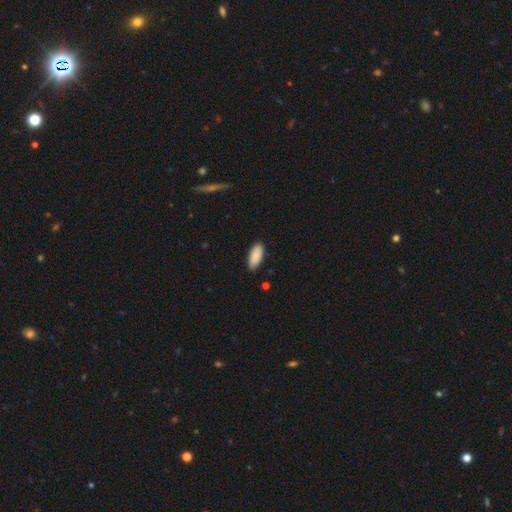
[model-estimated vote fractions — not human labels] A smooth galaxy with no disk features (89%) that is in between round and cigar-shaped (87%). Merging: none (84%).